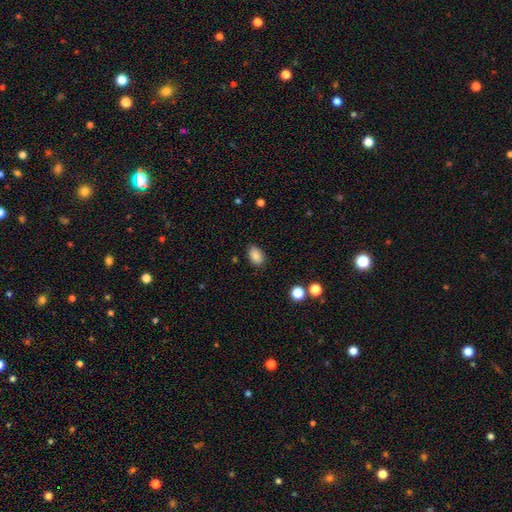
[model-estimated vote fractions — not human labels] Morphology: type=smooth (87%); roundness=in between (88%); merging=none (85%).